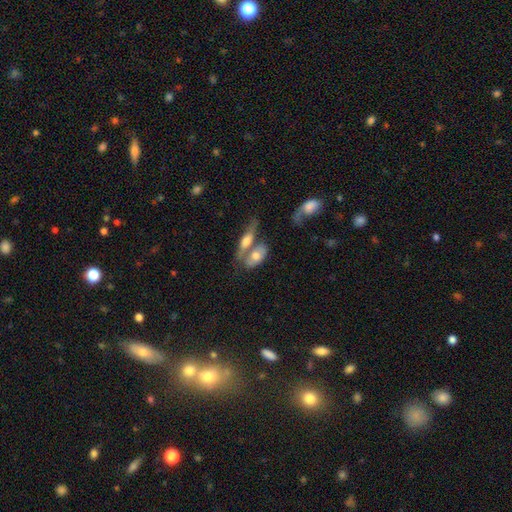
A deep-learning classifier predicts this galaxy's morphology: smooth_or_featured: smooth (p=0.56) [alt: featured or disk p=0.37]
how_rounded: in between (p=0.83) [alt: cigar-shaped p=0.11]
merging: merger (p=0.53) [alt: none p=0.29]